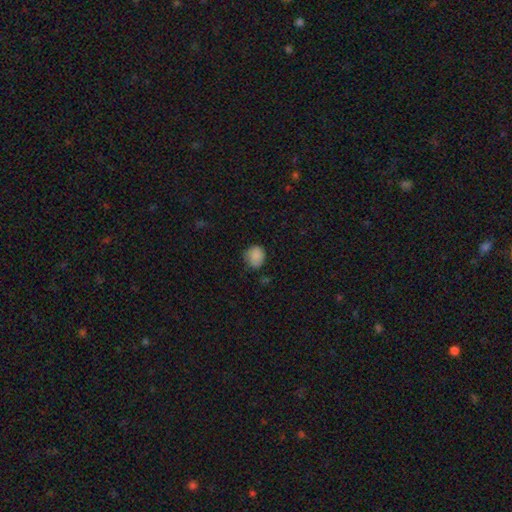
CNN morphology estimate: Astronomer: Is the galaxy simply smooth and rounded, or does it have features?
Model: smooth — 85%.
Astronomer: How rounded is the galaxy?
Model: round — 75%.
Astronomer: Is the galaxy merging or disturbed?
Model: none — 68%.